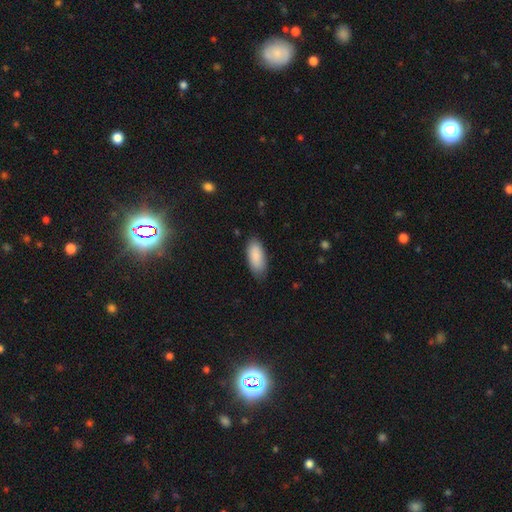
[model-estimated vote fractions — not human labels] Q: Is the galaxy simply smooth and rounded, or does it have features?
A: smooth — 89%.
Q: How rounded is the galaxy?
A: in between — 87%.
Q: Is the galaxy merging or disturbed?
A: none — 81%.